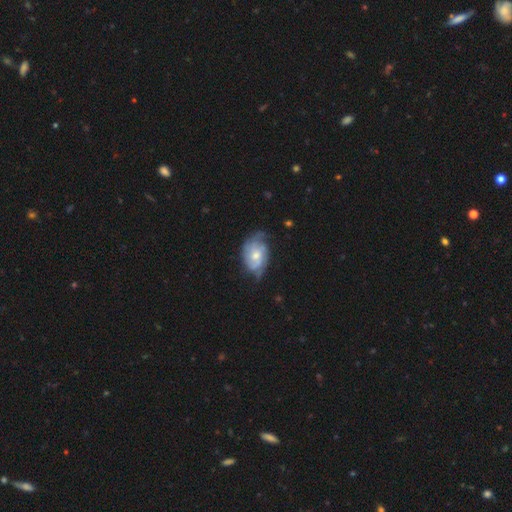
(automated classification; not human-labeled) featured or disk 69%, smooth 25%, star or artifact 6%. Down the decision tree: edge-on disk — no (96%); bar — no (68%); spiral arms — yes (85%); spiral arm count — 2 (40%); spiral winding — medium (39%); bulge size — moderate (57%); merging — none (50%).